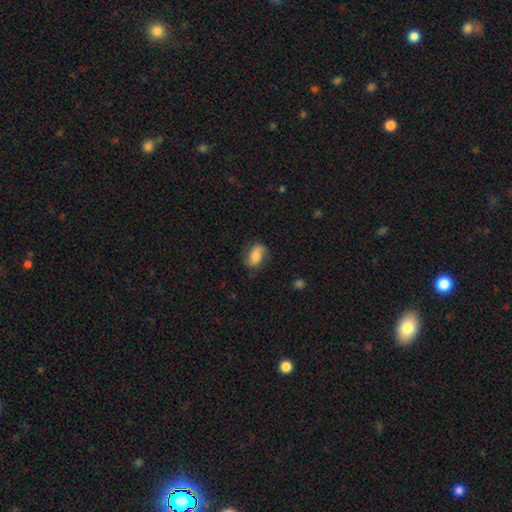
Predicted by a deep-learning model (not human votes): A smooth galaxy with no disk features (54%) that is in between round and cigar-shaped (84%). Merging: none (71%).